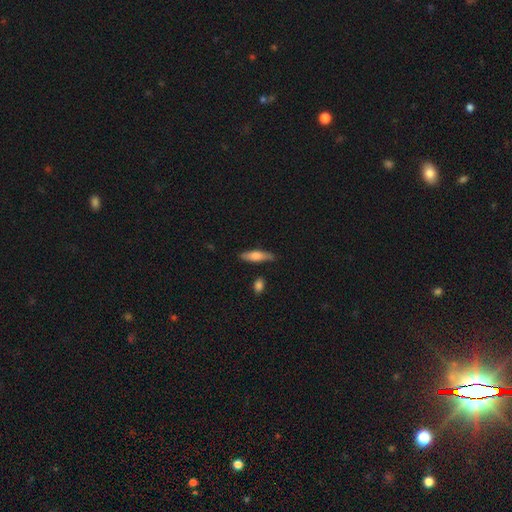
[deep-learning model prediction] smooth_or_featured: smooth (p=0.64) [alt: featured or disk p=0.29]
how_rounded: cigar-shaped (p=0.65) [alt: in between p=0.32]
merging: none (p=0.79) [alt: minor disturbance p=0.15]